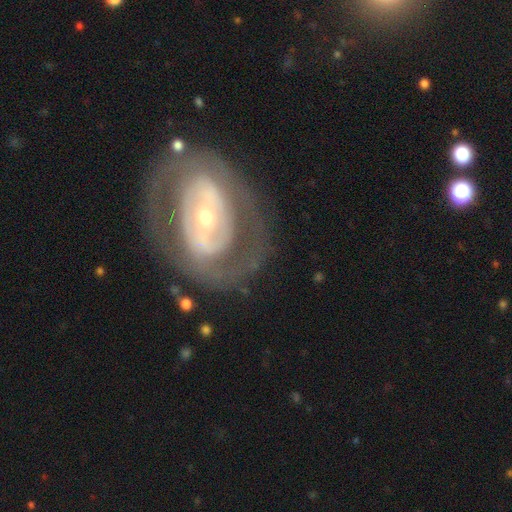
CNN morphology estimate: featured or disk 78%, smooth 16%, star or artifact 6%. Down the decision tree: edge-on disk — no (94%); bar — no (42%); spiral arms — yes (53%); bulge size — small (56%); merging — none (73%).